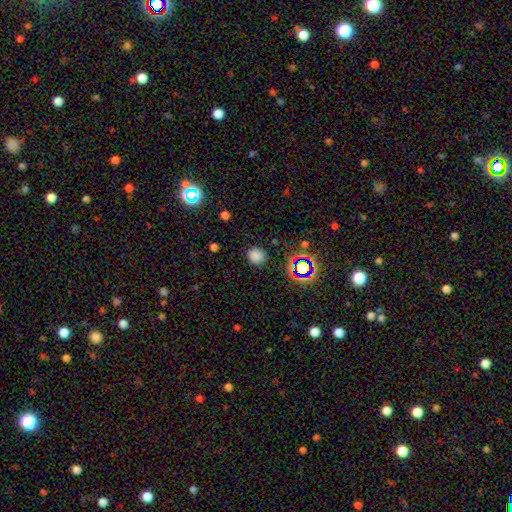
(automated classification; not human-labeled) smooth_or_featured: smooth (p=0.77) [alt: star or artifact p=0.19]
how_rounded: round (p=0.82) [alt: in between p=0.17]
merging: none (p=0.86) [alt: minor disturbance p=0.09]